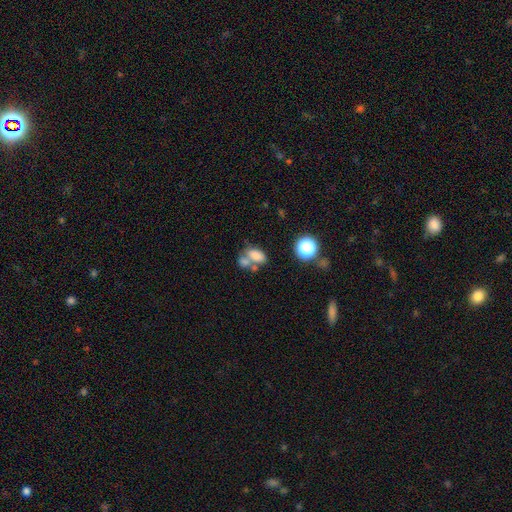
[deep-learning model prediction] smooth 74%, featured or disk 13%, star or artifact 13%. Down the decision tree: how rounded — in between (85%); merging — merger (49%).